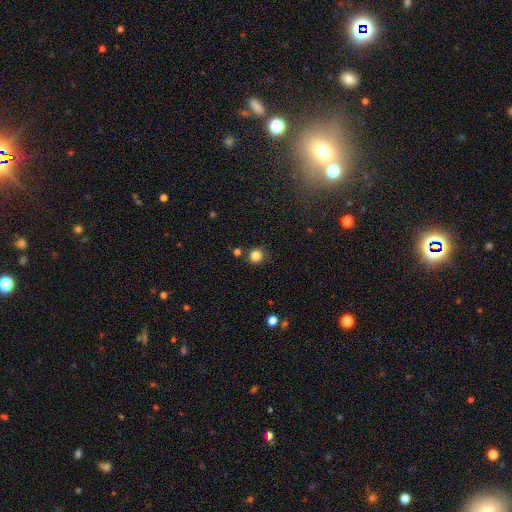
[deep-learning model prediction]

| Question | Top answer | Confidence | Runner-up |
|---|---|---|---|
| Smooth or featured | smooth | 84% | star or artifact (12%) |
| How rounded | round | 93% | in between (6%) |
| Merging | none | 82% | minor disturbance (10%) |